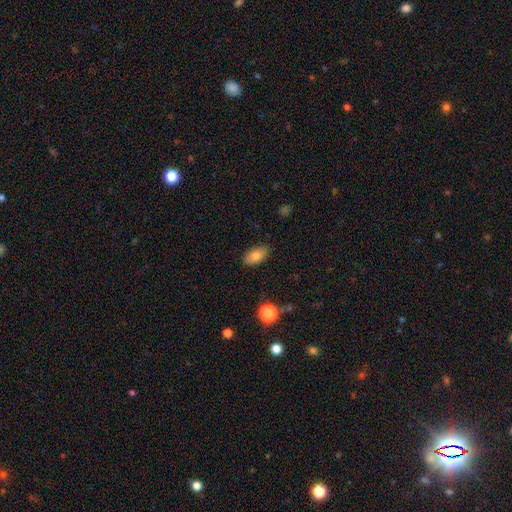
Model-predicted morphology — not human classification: Smooth or featured: smooth — 78% (featured or disk — 14%)
How rounded: in between — 91% (round — 7%)
Merging: none — 84% (minor disturbance — 12%)